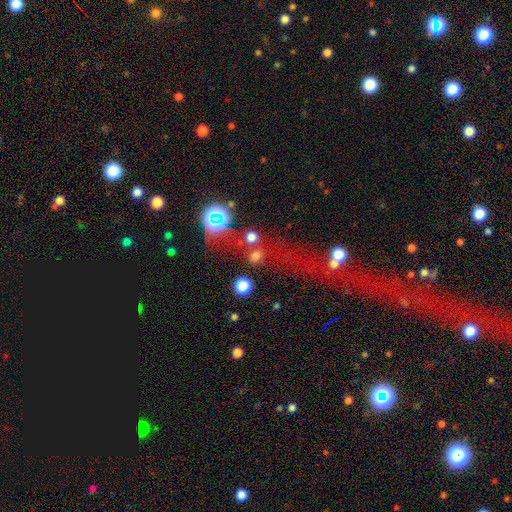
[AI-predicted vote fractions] smooth 66%, star or artifact 26%, featured or disk 8%. Down the decision tree: how rounded — round (81%); merging — none (68%).